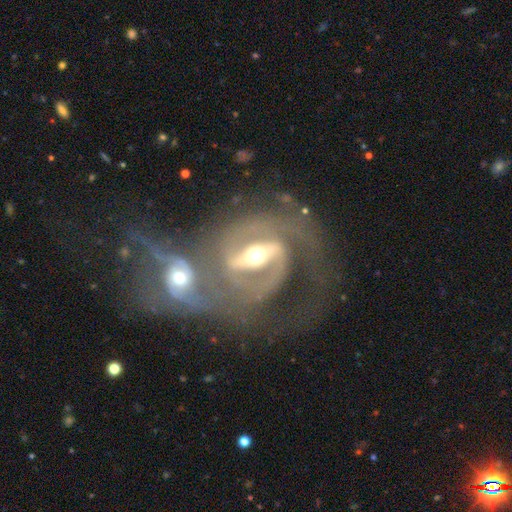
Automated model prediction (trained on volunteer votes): smooth_or_featured: featured or disk (p=0.90) [alt: smooth p=0.05]
disk_edge_on: no (p=0.96) [alt: yes p=0.04]
bar: strong (p=0.68) [alt: weak p=0.24]
has_spiral_arms: yes (p=0.94) [alt: no p=0.06]
spiral_winding: medium (p=0.50) [alt: tight p=0.36]
spiral_arm_count: 2 (p=0.81) [alt: can't tell p=0.06]
bulge_size: moderate (p=0.71) [alt: small p=0.19]
merging: merger (p=0.68) [alt: none p=0.16]